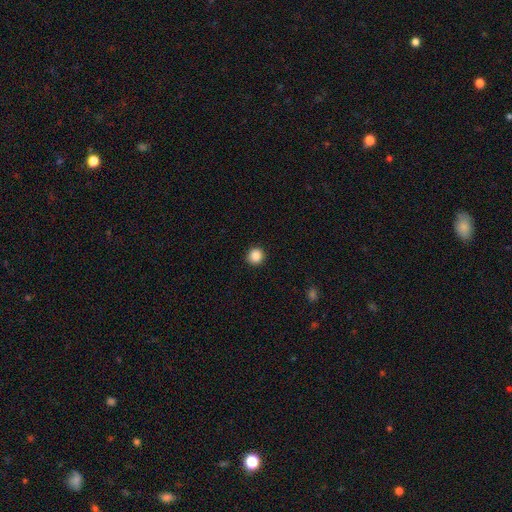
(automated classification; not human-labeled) Smooth or featured? Predicted: smooth (p=0.88). How rounded? Predicted: round (p=0.93). Merging? Predicted: none (p=0.92).